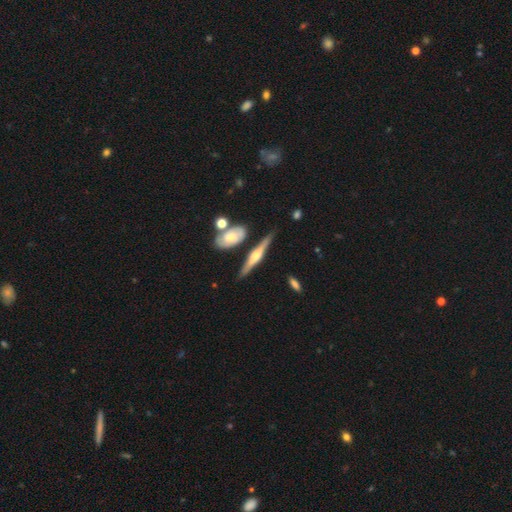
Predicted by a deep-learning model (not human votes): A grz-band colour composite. It shows a featured or disk galaxy (72%) viewed edge-on (95%) with a rounded central bulge (86%). Merging: none (76%).